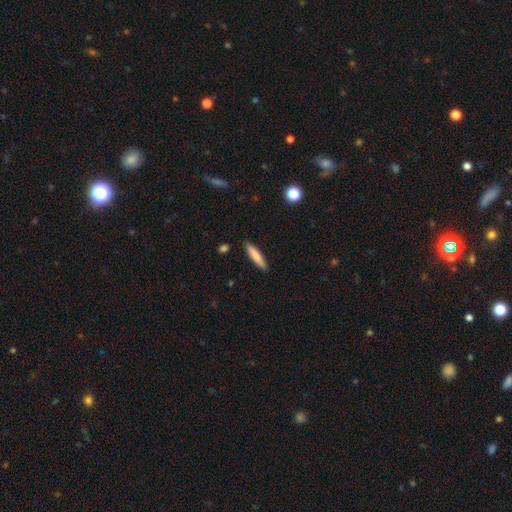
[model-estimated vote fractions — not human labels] A smooth galaxy with no disk features (79%) that is cigar-shaped (86%). Merging: none (88%).